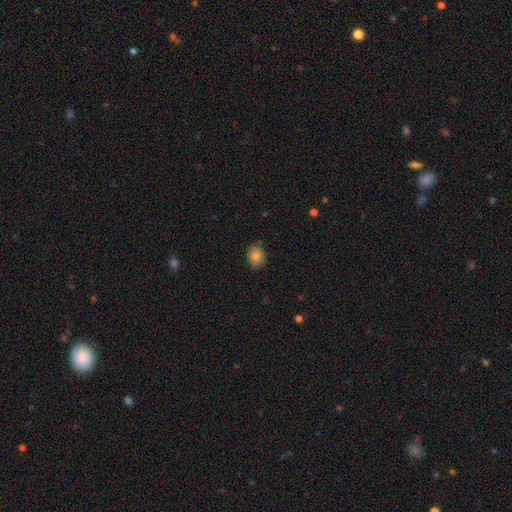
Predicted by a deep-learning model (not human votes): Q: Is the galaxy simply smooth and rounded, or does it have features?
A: smooth — 82%.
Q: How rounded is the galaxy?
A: round — 53%.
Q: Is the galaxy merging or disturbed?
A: none — 83%.